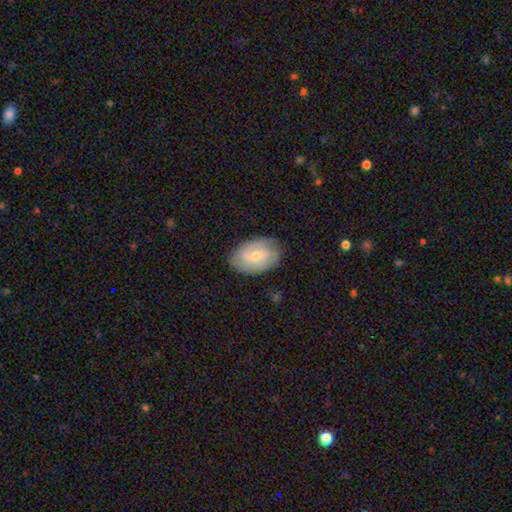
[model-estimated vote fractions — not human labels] Morphology: type=featured or disk (69%); edge-on=no (97%); bar=weak (45%, tied with no); spiral arms=yes (91%); winding=medium (42%); arm count=2 (48%); bulge=small (73%); merging=none (81%).